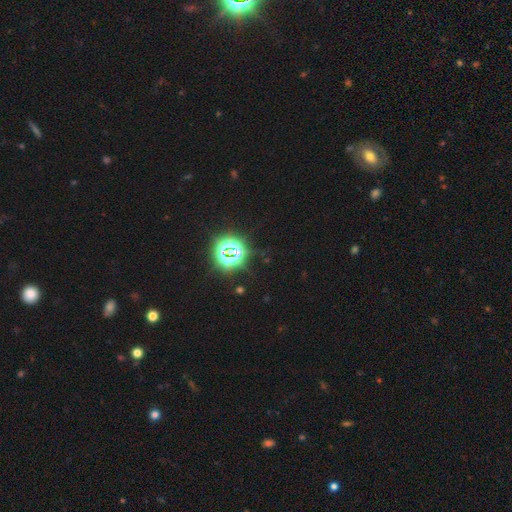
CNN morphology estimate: Smooth or featured? star or artifact (78%)